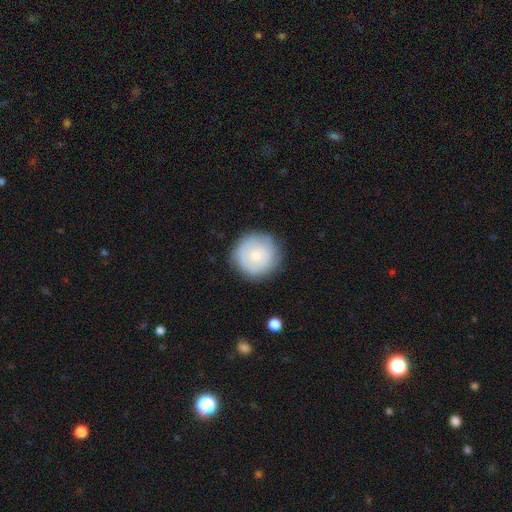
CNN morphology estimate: Smooth or featured?
  - smooth: 65% *
  - featured or disk: 29%
  - star or artifact: 6%
How rounded?
  - round: 94% *
  - in between: 5%
  - cigar-shaped: 1%
Merging?
  - none: 80% *
  - minor disturbance: 14%
  - major disturbance: 4%
  - merger: 1%